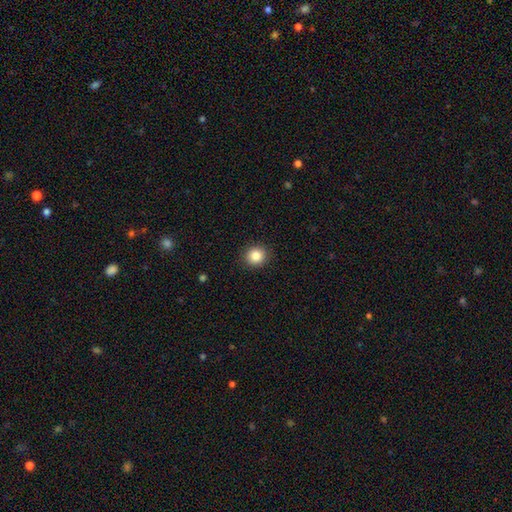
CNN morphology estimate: type=smooth (85%); roundness=round (84%); merging=none (91%).